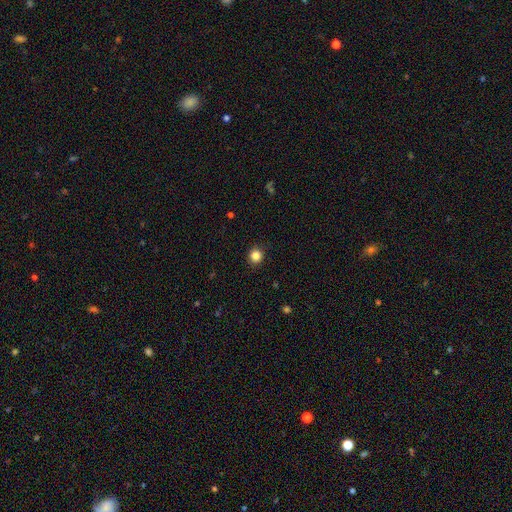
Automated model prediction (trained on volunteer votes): Morphology: type=smooth (85%); roundness=round (91%); merging=none (91%).